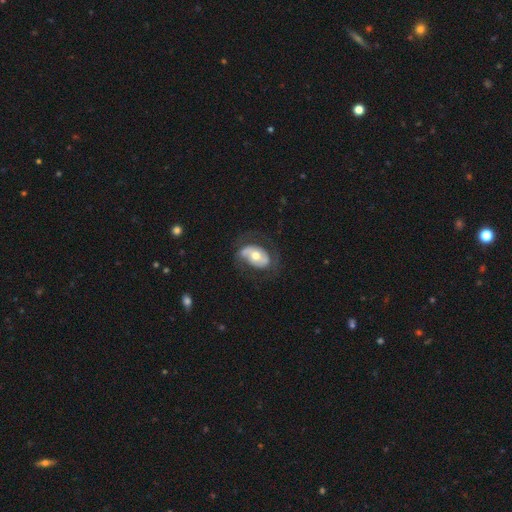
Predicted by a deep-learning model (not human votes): smooth-or-featured: featured or disk: 61% | smooth: 33% | star or artifact: 6%
  disk-edge-on: no: 94% | yes: 6%
    bar: no: 61% | weak: 24% | strong: 15%
    has-spiral-arms: yes: 62% | no: 38%
    bulge-size: moderate: 71% | small: 19% | large: 8% | dominant: 1% | none: 1%
  merging: none: 58% | minor disturbance: 20% | major disturbance: 19% | merger: 2%